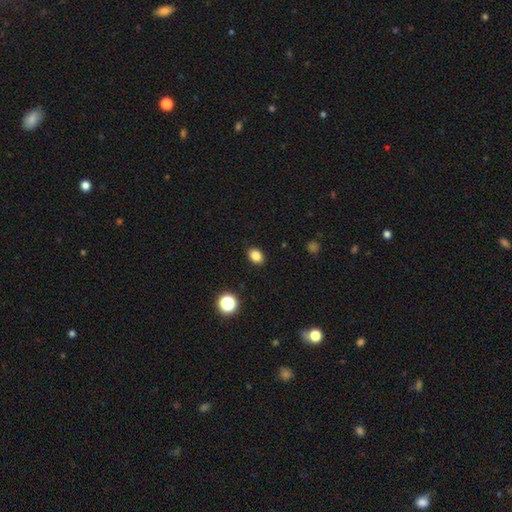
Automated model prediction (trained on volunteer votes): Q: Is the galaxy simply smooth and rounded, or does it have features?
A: smooth — 84%.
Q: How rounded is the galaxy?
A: in between — 70%.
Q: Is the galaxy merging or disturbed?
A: none — 89%.